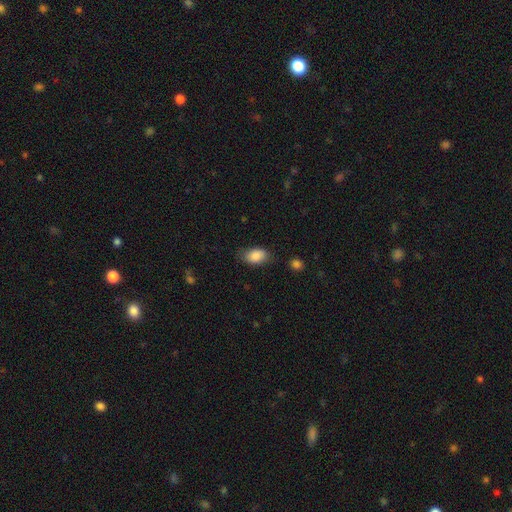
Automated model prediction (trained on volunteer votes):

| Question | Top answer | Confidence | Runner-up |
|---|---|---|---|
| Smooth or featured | smooth | 86% | star or artifact (7%) |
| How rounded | in between | 89% | round (10%) |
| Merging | none | 73% | minor disturbance (20%) |